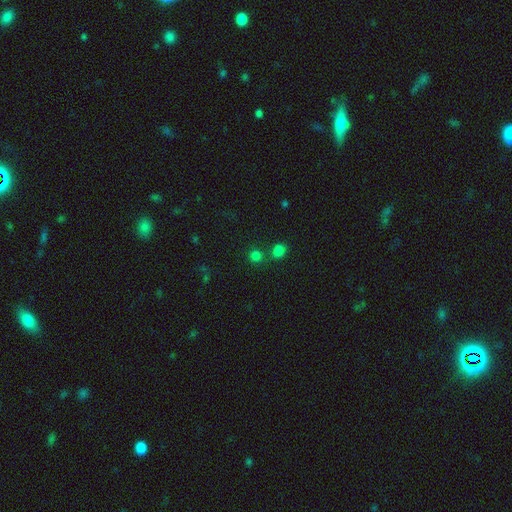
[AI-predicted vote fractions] Smooth or featured? smooth (75%)
How rounded? round (88%)
Merging? none (68%)